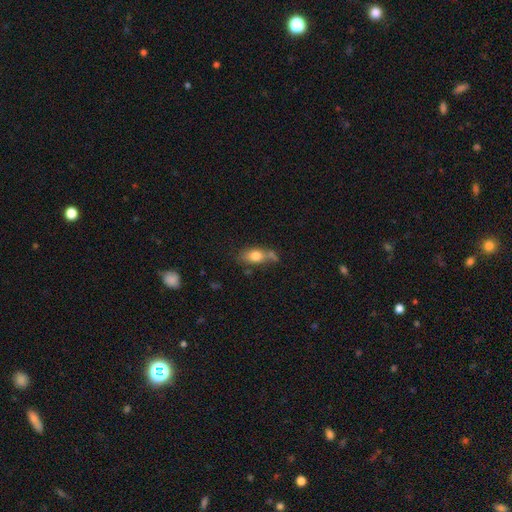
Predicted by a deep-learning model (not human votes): A smooth galaxy with no disk features (77%) that is in between round and cigar-shaped (82%). Merging: none (48%).